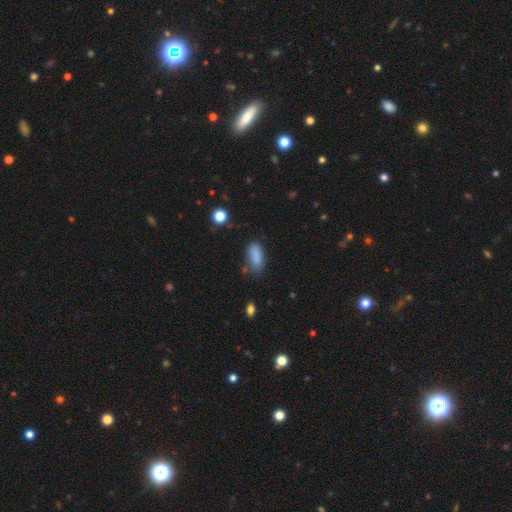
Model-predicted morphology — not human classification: A smooth galaxy with no disk features (85%) that is in between round and cigar-shaped (84%).

Vote fractions:
- Smooth or featured? smooth: 85% / star or artifact: 9% / featured or disk: 6%
- How rounded? in between: 84% / cigar-shaped: 13% / round: 3%
- Merging? none: 65% / minor disturbance: 24% / major disturbance: 7% / merger: 4%